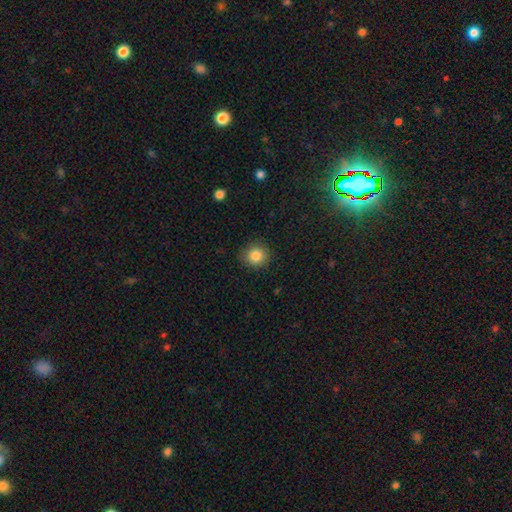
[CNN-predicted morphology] smooth_or_featured: smooth (p=0.86) [alt: star or artifact p=0.10]
how_rounded: round (p=0.88) [alt: in between p=0.11]
merging: none (p=0.88) [alt: minor disturbance p=0.09]